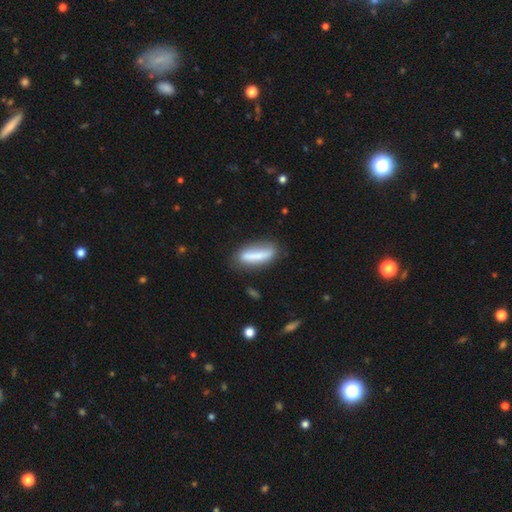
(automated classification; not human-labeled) This is likely a smooth galaxy (61%). How rounded: possibly cigar-shaped (59%). Merging: likely none (72%).